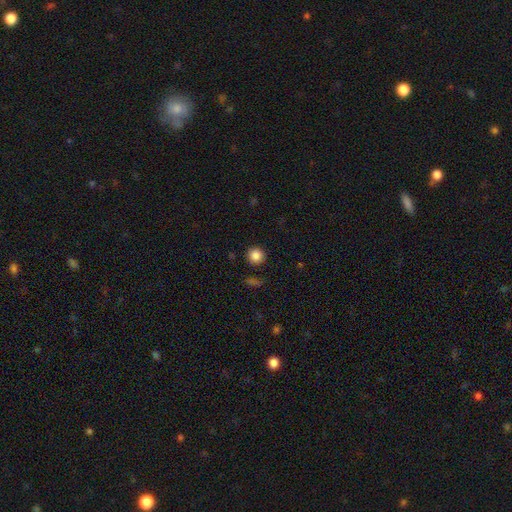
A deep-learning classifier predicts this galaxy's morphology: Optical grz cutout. It shows a smooth galaxy with no disk features (85%) that is round (94%). Merging: none (91%).